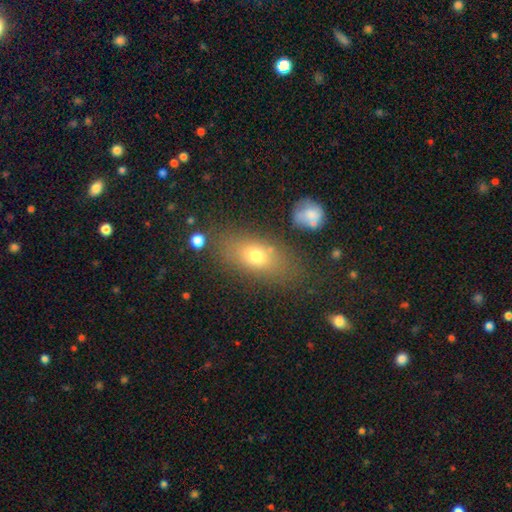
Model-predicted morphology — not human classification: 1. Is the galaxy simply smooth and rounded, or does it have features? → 69% smooth, 18% featured or disk, 13% star or artifact.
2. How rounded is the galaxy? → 76% in between, 12% round, 12% cigar-shaped.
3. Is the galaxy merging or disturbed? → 74% none, 14% minor disturbance, 6% major disturbance, 6% merger.